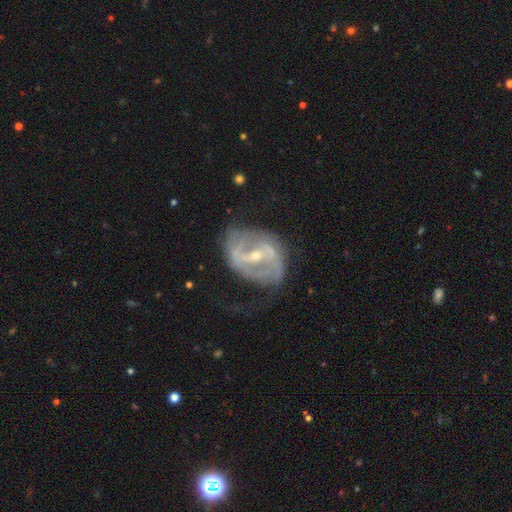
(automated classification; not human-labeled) Smooth or featured? featured or disk (85%)
Edge-on disk? no (95%)
Bar? strong (56%)
Spiral arms? yes (81%)
Spiral winding? medium (43%)
Spiral arm count? 2 (73%)
Bulge size? small (60%)
Merging? none (54%)